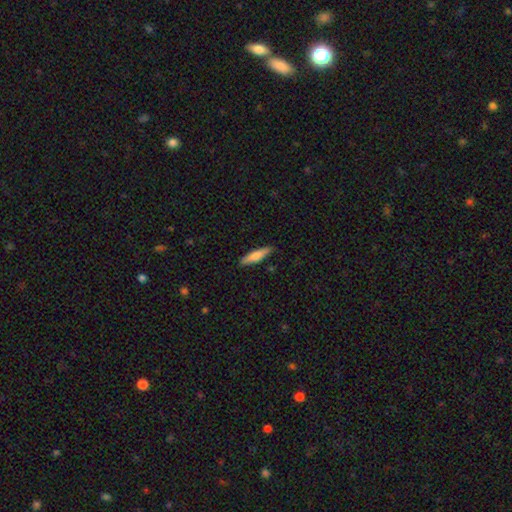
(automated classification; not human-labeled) Overall: smooth (69%). How rounded: cigar-shaped (79%). Merging: none (88%).